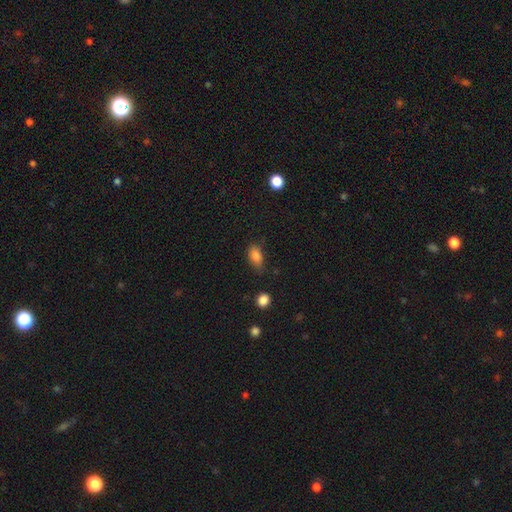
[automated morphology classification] type=smooth (85%); roundness=in between (88%); merging=none (67%).